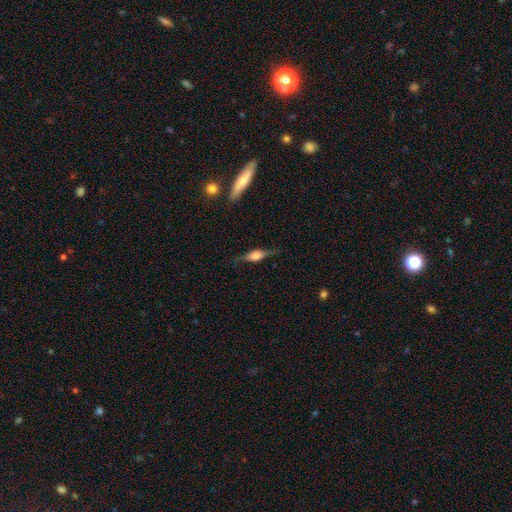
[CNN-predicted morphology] The model was most divided on "smooth or featured": featured or disk: 71%, smooth: 22%, star or artifact: 8%. More confident: edge-on disk — yes (95%); edge-on bulge — rounded (84%); merging — none (79%).